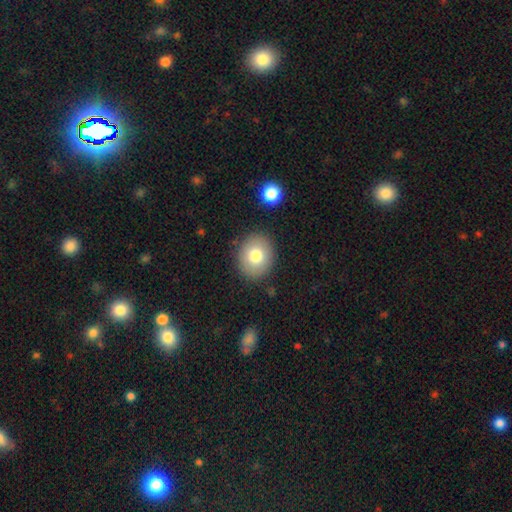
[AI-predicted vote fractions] smooth-or-featured: smooth: 77% | featured or disk: 13% | star or artifact: 9%
  how-rounded: round: 63% | in between: 36% | cigar-shaped: 1%
  merging: none: 87% | minor disturbance: 8% | major disturbance: 3% | merger: 2%